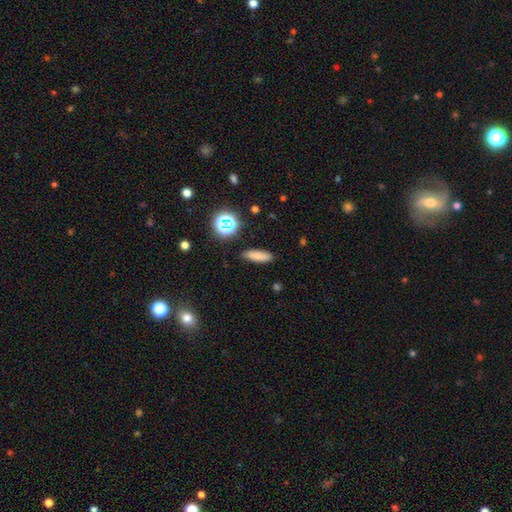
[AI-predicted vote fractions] smooth_or_featured: smooth (p=0.74) [alt: star or artifact p=0.15]
how_rounded: cigar-shaped (p=0.54) [alt: in between p=0.40]
merging: none (p=0.88) [alt: minor disturbance p=0.08]